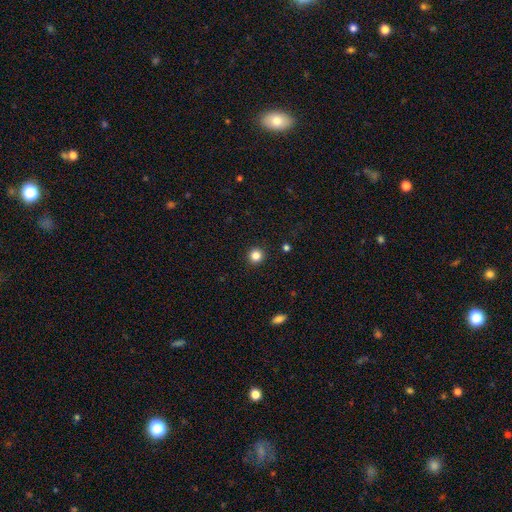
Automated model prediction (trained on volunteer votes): Smooth or featured?
  - smooth: 84% *
  - star or artifact: 12%
  - featured or disk: 4%
How rounded?
  - round: 94% *
  - in between: 5%
  - cigar-shaped: 1%
Merging?
  - none: 93% *
  - minor disturbance: 5%
  - major disturbance: 2%
  - merger: 1%